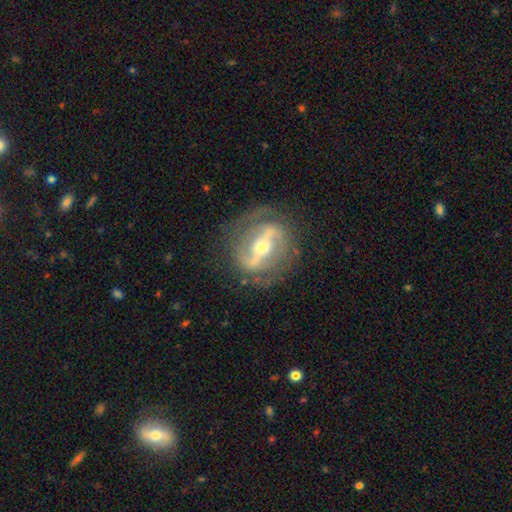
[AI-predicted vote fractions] This is clearly a featured or disk galaxy (85%). It is clearly not viewed edge-on (92%). Bar: likely strong (64%). Spiral arm pattern: clearly yes (81%). Spiral arm count: clearly 2 (81%). Spiral winding: marginally medium (45%). Central bulge: likely moderate (60%). Merging: likely none (75%).